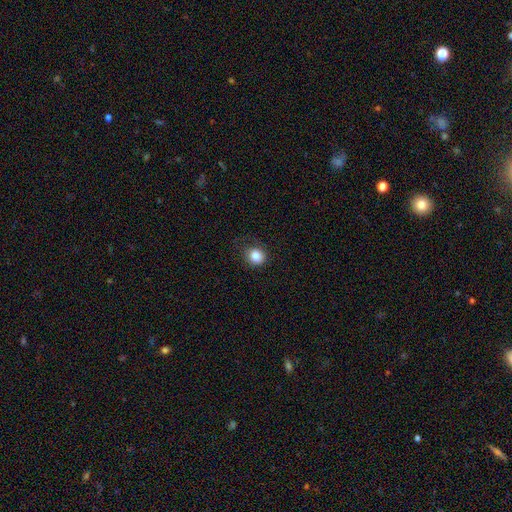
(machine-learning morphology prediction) Smooth or featured? smooth (85%)
How rounded? round (82%)
Merging? none (73%)